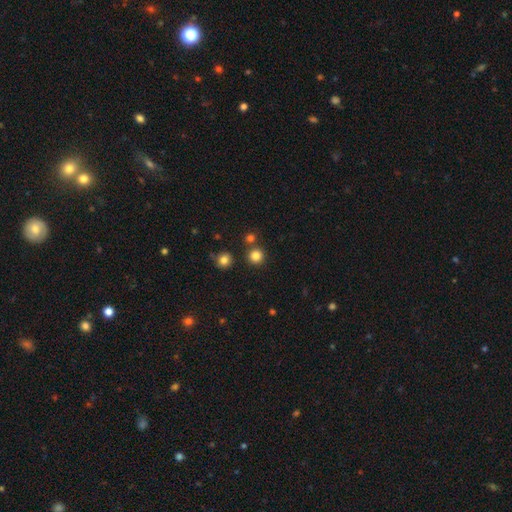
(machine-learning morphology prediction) The model was most divided on "smooth or featured": smooth: 82%, star or artifact: 13%, featured or disk: 4%. More confident: how rounded — round (94%); merging — none (83%).